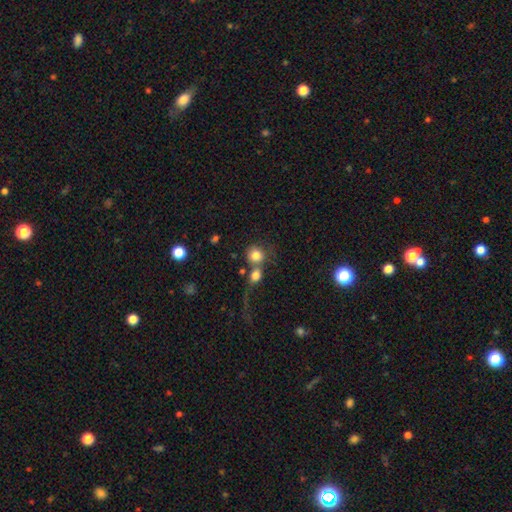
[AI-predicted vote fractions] Smooth or featured? Predicted: smooth (p=0.80). How rounded? Predicted: round (p=0.83). Merging? Predicted: merger (p=0.49).